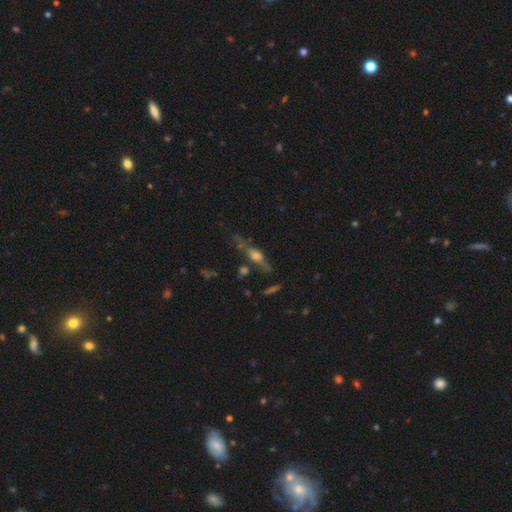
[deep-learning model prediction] The model was most divided on "smooth or featured": featured or disk: 52%, smooth: 36%, star or artifact: 12%. More confident: edge-on disk — yes (79%); merging — none (57%).